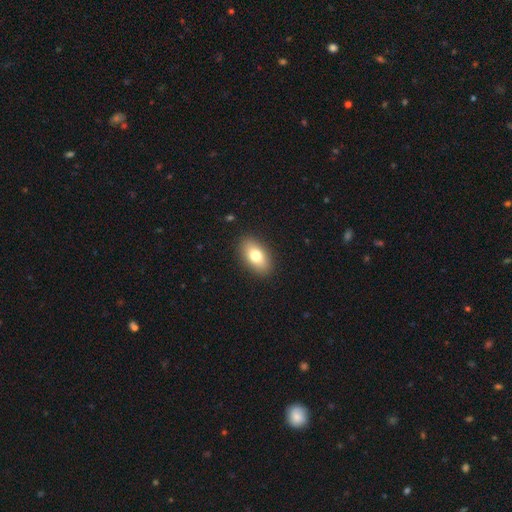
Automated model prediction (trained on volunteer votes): This is likely a smooth galaxy (77%). How rounded: clearly in between (91%). Merging: clearly none (89%).